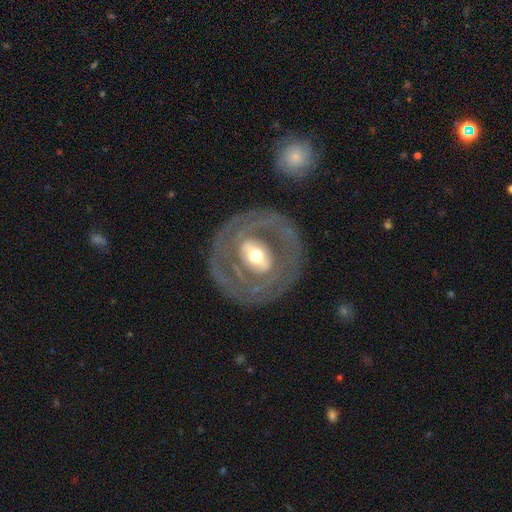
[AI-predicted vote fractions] Smooth or featured: featured or disk — 79% (smooth — 16%)
Edge-on disk: no — 94% (yes — 6%)
Bar: strong — 43% (weak — 31%)
Spiral arms: yes — 58% (no — 42%)
Bulge size: moderate — 62% (small — 18%)
Merging: none — 78% (minor disturbance — 11%)